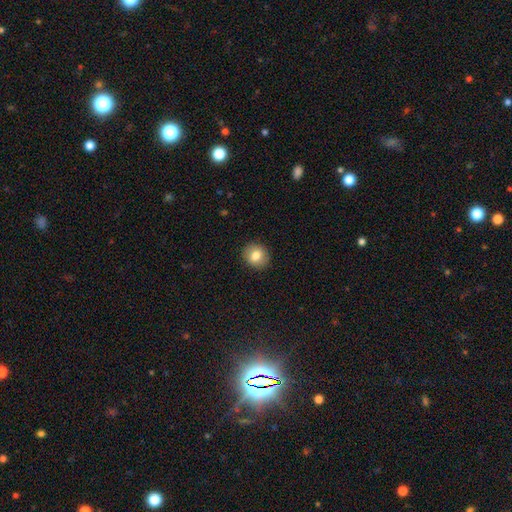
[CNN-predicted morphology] The model was most divided on "how rounded": round: 82%, in between: 17%, cigar-shaped: 1%. More confident: merging — none (91%); smooth or featured — smooth (79%).